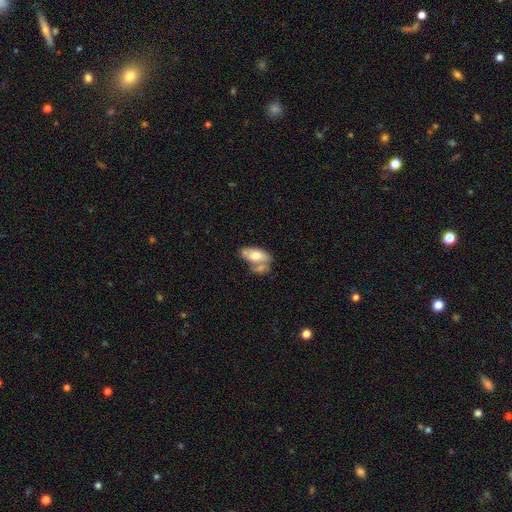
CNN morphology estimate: Smooth or featured? Predicted: smooth (p=0.61). How rounded? Predicted: in between (p=0.90). Merging? Predicted: merger (p=0.45).